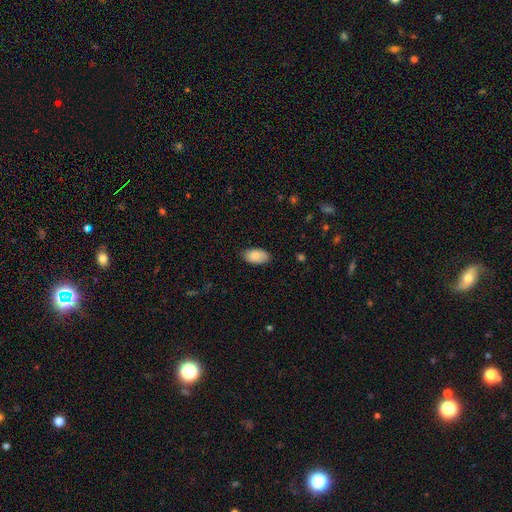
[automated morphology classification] smooth 86%, featured or disk 8%, star or artifact 6%. Down the decision tree: how rounded — in between (95%); merging — none (84%).